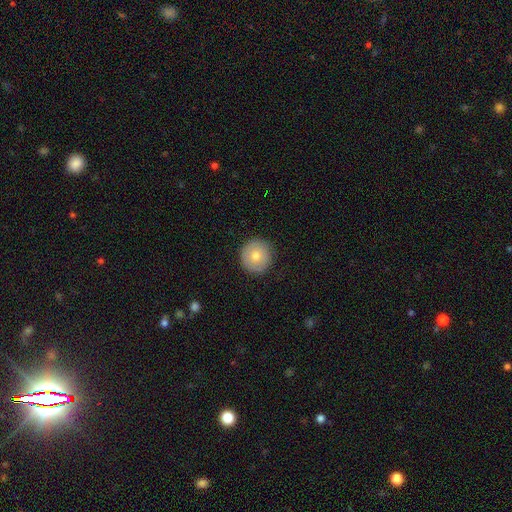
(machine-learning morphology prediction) This is likely a smooth galaxy (74%). How rounded: clearly round (94%). Merging: clearly none (91%).